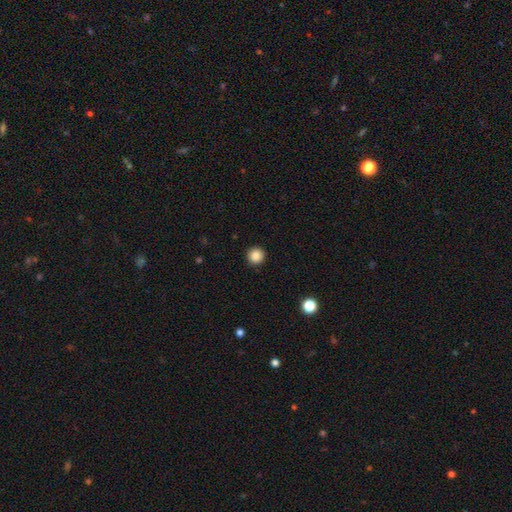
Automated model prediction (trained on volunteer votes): smooth 87%, star or artifact 10%, featured or disk 3%. Down the decision tree: how rounded — round (95%); merging — none (92%).